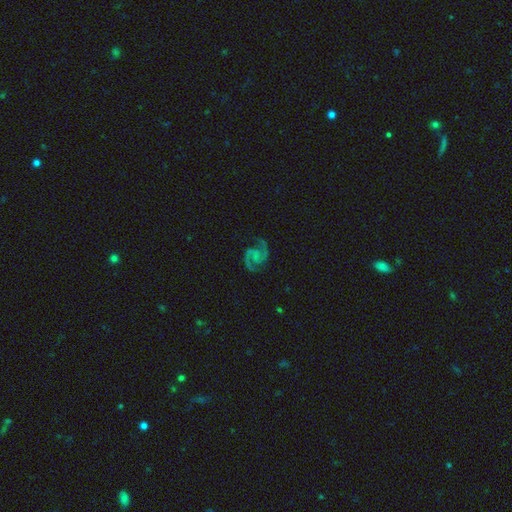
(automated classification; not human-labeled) Morphology: type=featured or disk (90%); edge-on=no (98%); bar=no (50%); spiral arms=yes (98%); winding=medium (61%); arm count=2 (93%); bulge=none (60%); merging=none (77%).